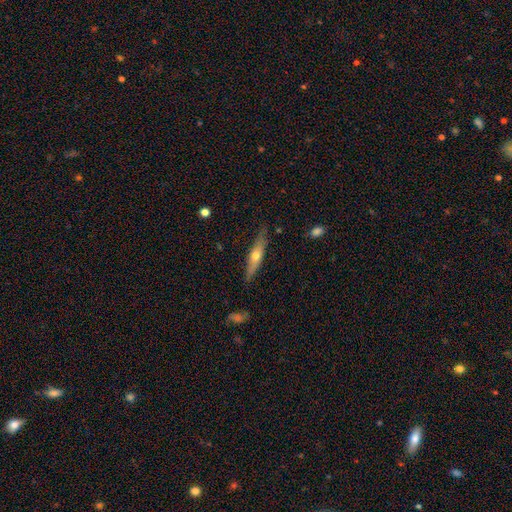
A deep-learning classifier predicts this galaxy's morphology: Smooth or featured? Predicted: featured or disk (p=0.57). Edge-on disk? Predicted: yes (p=0.90). Edge-on bulge? Predicted: rounded (p=0.89). Merging? Predicted: none (p=0.85).